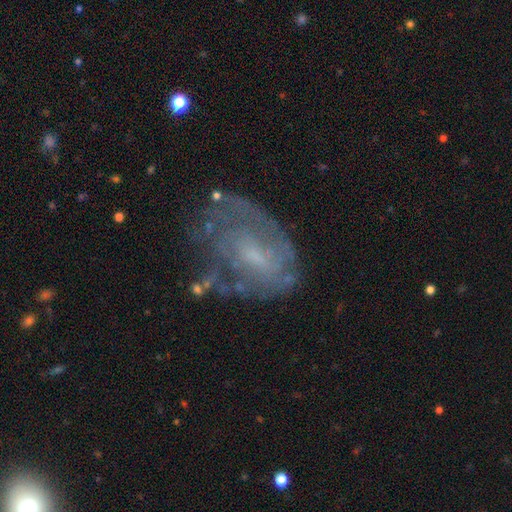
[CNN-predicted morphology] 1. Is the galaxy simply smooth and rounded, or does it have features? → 67% featured or disk, 22% smooth, 10% star or artifact.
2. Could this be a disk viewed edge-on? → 96% no, 4% yes.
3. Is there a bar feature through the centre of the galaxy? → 53% no, 40% weak, 8% strong.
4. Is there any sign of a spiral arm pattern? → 59% yes, 41% no.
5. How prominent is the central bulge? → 49% small, 28% moderate, 20% none, 2% large, 1% dominant.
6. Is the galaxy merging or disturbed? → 49% none, 25% minor disturbance, 22% major disturbance, 4% merger.